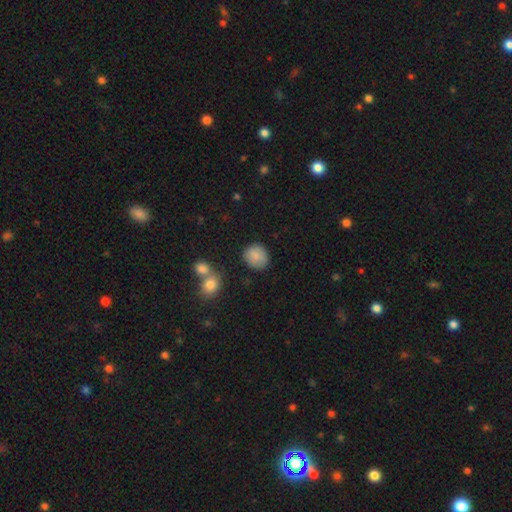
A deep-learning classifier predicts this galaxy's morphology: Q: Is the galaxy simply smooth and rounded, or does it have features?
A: smooth — 84%.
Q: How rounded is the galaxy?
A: round — 78%.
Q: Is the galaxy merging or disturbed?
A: none — 79%.